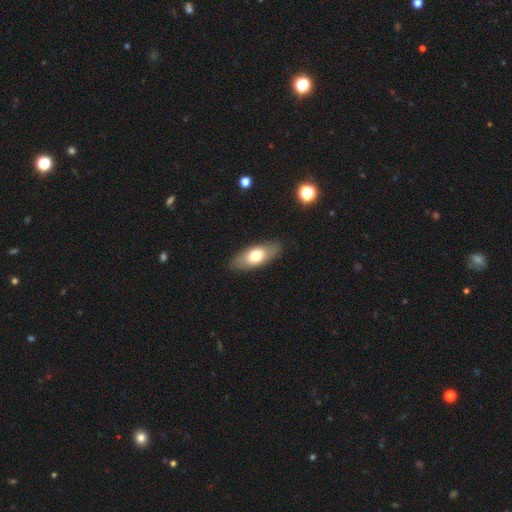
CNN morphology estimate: Smooth or featured?
  - smooth: 66% *
  - featured or disk: 27%
  - star or artifact: 6%
How rounded?
  - in between: 82% *
  - cigar-shaped: 15%
  - round: 3%
Merging?
  - none: 86% *
  - minor disturbance: 10%
  - major disturbance: 2%
  - merger: 1%